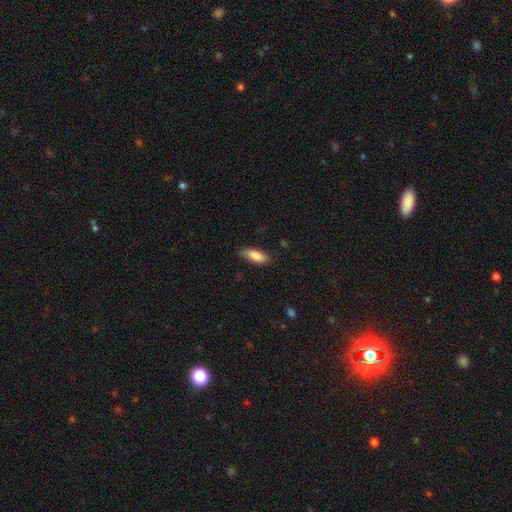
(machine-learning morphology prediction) smooth-or-featured: smooth: 87% | featured or disk: 7% | star or artifact: 6%
  how-rounded: in between: 67% | cigar-shaped: 31% | round: 2%
  merging: none: 79% | minor disturbance: 16% | major disturbance: 3% | merger: 1%